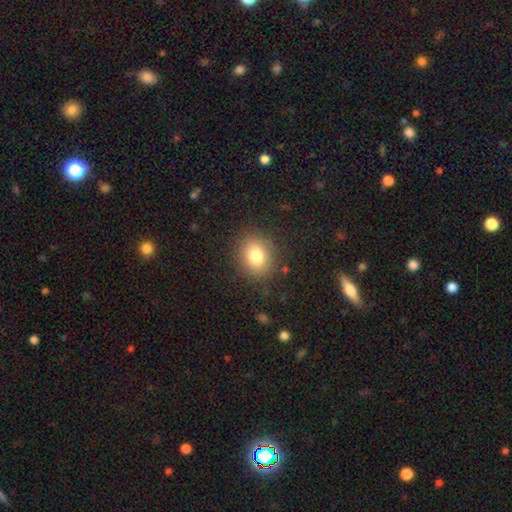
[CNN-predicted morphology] Smooth or featured?
  - smooth: 78% *
  - star or artifact: 12%
  - featured or disk: 10%
How rounded?
  - round: 69% *
  - in between: 30%
  - cigar-shaped: 1%
Merging?
  - none: 87% *
  - minor disturbance: 9%
  - major disturbance: 3%
  - merger: 1%